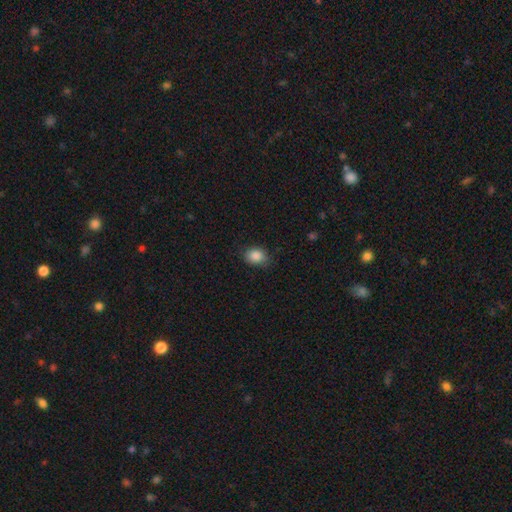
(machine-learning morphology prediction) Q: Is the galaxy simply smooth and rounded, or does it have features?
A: smooth — 87%.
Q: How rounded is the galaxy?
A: in between — 54%.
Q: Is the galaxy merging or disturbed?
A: none — 78%.